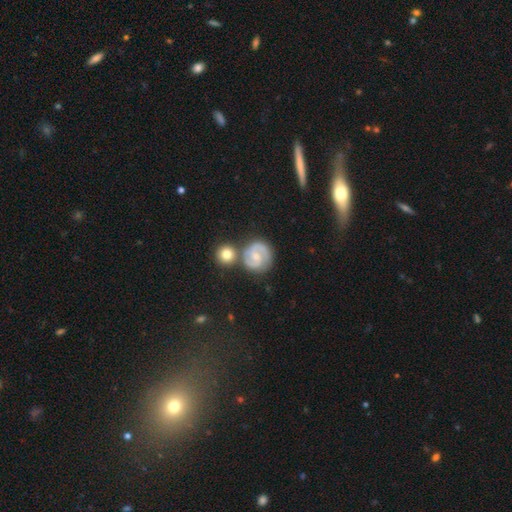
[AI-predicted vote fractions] A featured or disk galaxy (82%) with no bar (53%), 2 (85%) tight (47%) spiral arms (96%) and a small central bulge (55%).

Vote fractions:
- Smooth or featured? featured or disk: 82% / smooth: 12% / star or artifact: 5%
- Edge-on disk? no: 98% / yes: 2%
- Bar? no: 53% / weak: 39% / strong: 7%
- Spiral arms? yes: 96% / no: 4%
- Spiral winding? tight: 47% / medium: 45% / loose: 9%
- Spiral arm count? 2: 85% / can't tell: 5% / 3: 4% / 1: 3% / 4: 1% / more than 4: 1%
- Bulge size? small: 55% / moderate: 40% / none: 3% / large: 1% / dominant: 1%
- Merging? none: 67% / merger: 15% / minor disturbance: 14% / major disturbance: 5%